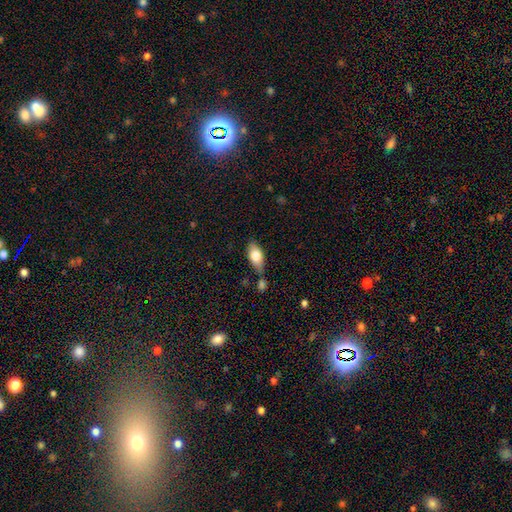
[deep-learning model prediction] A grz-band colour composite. It shows a smooth galaxy with no disk features (73%) that is in between round and cigar-shaped (87%). Merging: none (60%).